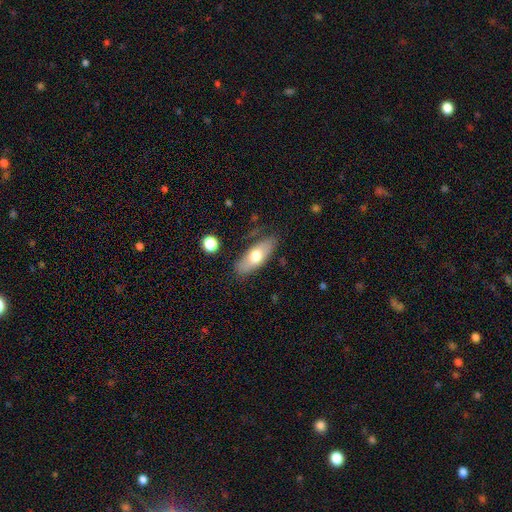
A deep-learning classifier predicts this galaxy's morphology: smooth-or-featured: smooth: 65% | featured or disk: 28% | star or artifact: 6%
  how-rounded: in between: 71% | cigar-shaped: 26% | round: 3%
  merging: none: 80% | minor disturbance: 14% | major disturbance: 4% | merger: 2%